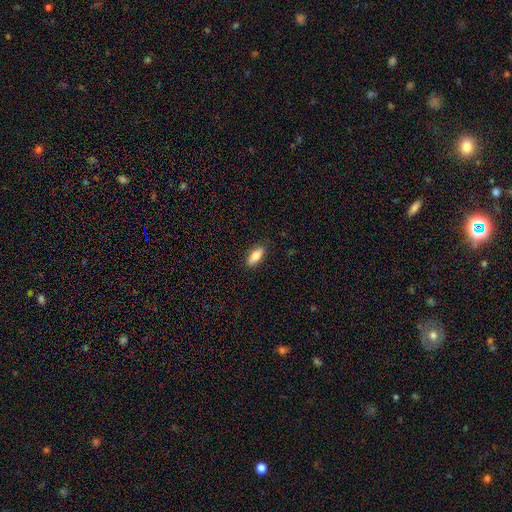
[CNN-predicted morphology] Smooth or featured? smooth (74%)
How rounded? in between (78%)
Merging? none (88%)